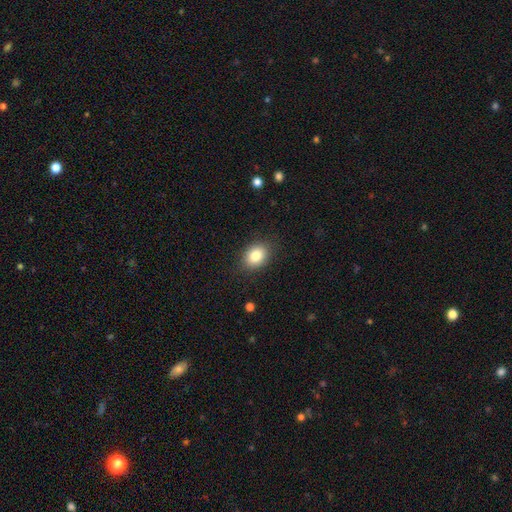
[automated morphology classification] This appears to be a smooth galaxy with no disk features (84%) that is in between round and cigar-shaped (65%). Merging: none (86%).